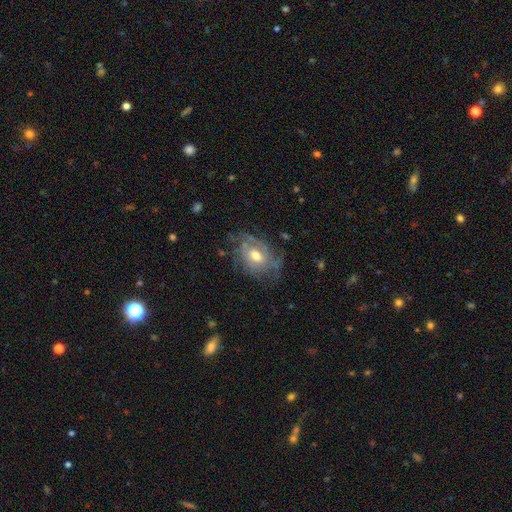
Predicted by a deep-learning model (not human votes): Morphology: type=featured or disk (77%); edge-on=no (96%); bar=no (56%); spiral arms=yes (84%); winding=tight (52%); arm count=can't tell (47%); bulge=moderate (70%); merging=none (61%).